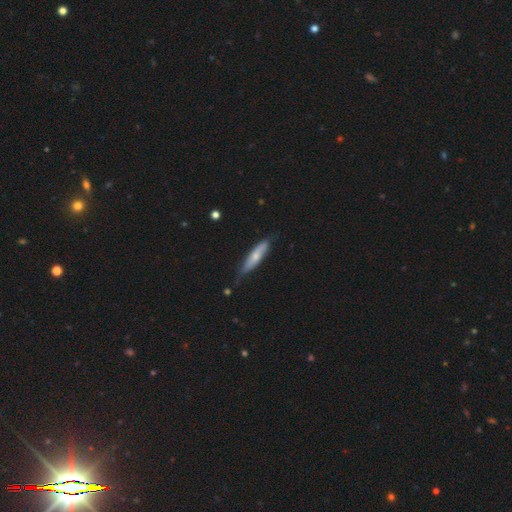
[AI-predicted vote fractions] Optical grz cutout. It shows a smooth galaxy with no disk features (59%) that is cigar-shaped (77%). Merging: none (65%).